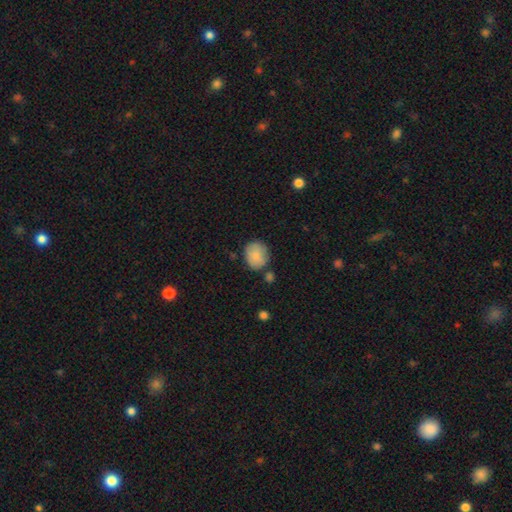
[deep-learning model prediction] Q: Smooth or featured?
A: smooth (83%); runner-up: featured or disk (10%)
Q: How rounded?
A: round (69%); runner-up: in between (30%)
Q: Merging?
A: none (71%); runner-up: minor disturbance (18%)